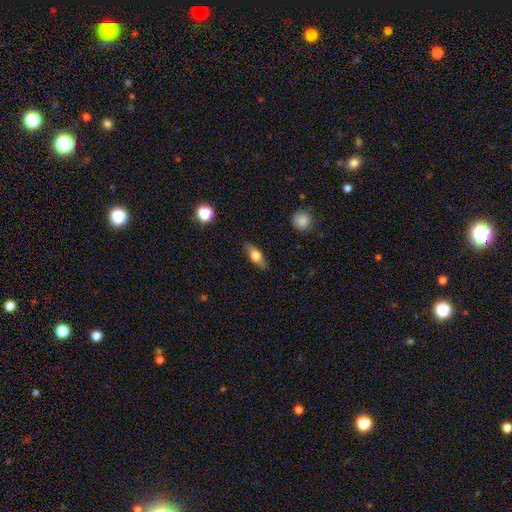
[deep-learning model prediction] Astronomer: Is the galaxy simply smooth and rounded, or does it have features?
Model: smooth — 67%.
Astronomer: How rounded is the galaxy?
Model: in between — 72%.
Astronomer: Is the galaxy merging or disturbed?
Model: none — 83%.